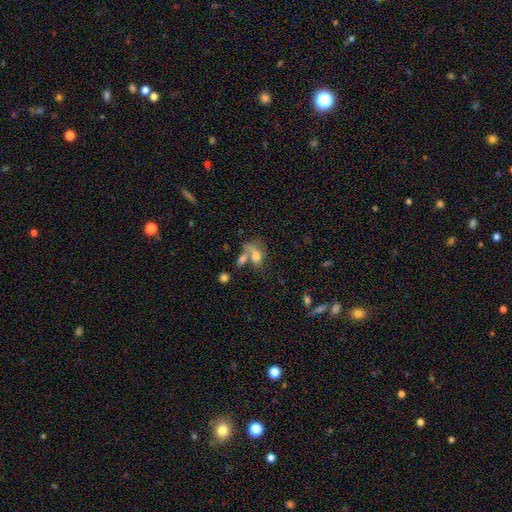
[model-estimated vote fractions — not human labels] smooth 68%, featured or disk 21%, star or artifact 12%. Down the decision tree: how rounded — in between (75%); merging — merger (43%).